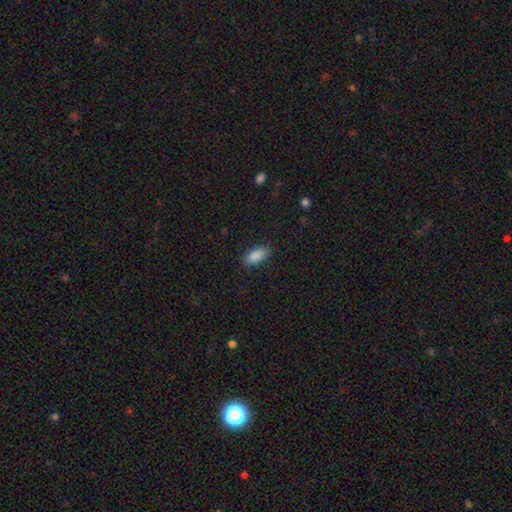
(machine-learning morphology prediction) Smooth or featured: smooth — 90% (star or artifact — 7%)
How rounded: in between — 90% (cigar-shaped — 8%)
Merging: none — 86% (minor disturbance — 10%)